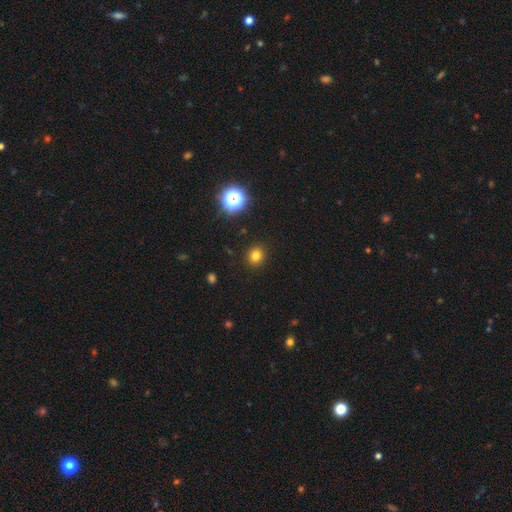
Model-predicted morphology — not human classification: Smooth or featured?
  - smooth: 79% *
  - star or artifact: 16%
  - featured or disk: 6%
How rounded?
  - round: 83% *
  - in between: 16%
  - cigar-shaped: 1%
Merging?
  - none: 91% *
  - minor disturbance: 6%
  - major disturbance: 2%
  - merger: 1%